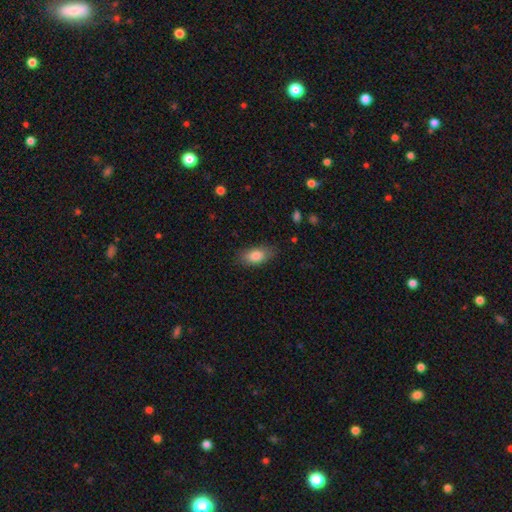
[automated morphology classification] smooth_or_featured: smooth (p=0.83) [alt: featured or disk p=0.09]
how_rounded: in between (p=0.89) [alt: round p=0.06]
merging: none (p=0.79) [alt: minor disturbance p=0.16]